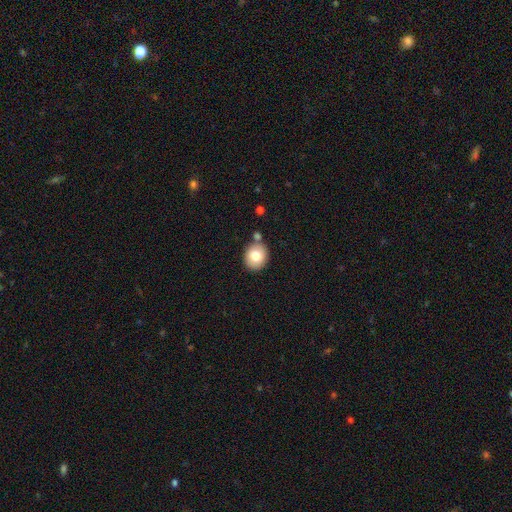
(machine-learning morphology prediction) Smooth or featured: smooth — 78% (featured or disk — 13%)
How rounded: round — 74% (in between — 25%)
Merging: none — 75% (minor disturbance — 11%)